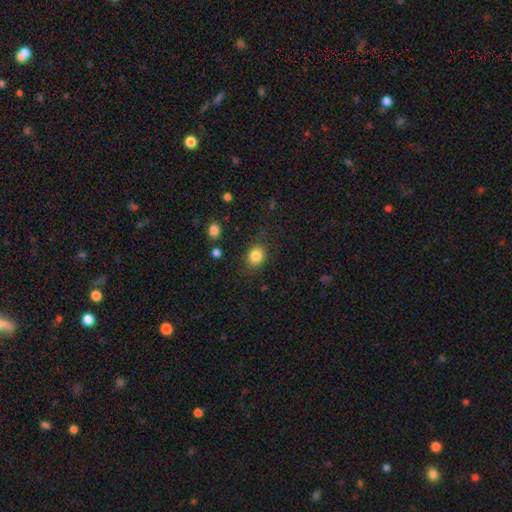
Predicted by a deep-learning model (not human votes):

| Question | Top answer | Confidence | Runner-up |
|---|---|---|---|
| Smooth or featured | smooth | 84% | star or artifact (10%) |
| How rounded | round | 59% | in between (40%) |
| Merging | none | 80% | minor disturbance (13%) |